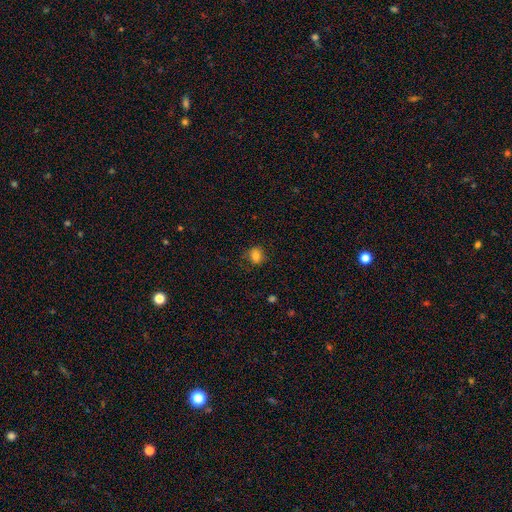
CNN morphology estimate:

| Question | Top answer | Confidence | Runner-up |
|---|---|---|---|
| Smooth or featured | smooth | 80% | star or artifact (11%) |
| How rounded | round | 63% | in between (36%) |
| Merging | none | 79% | minor disturbance (15%) |